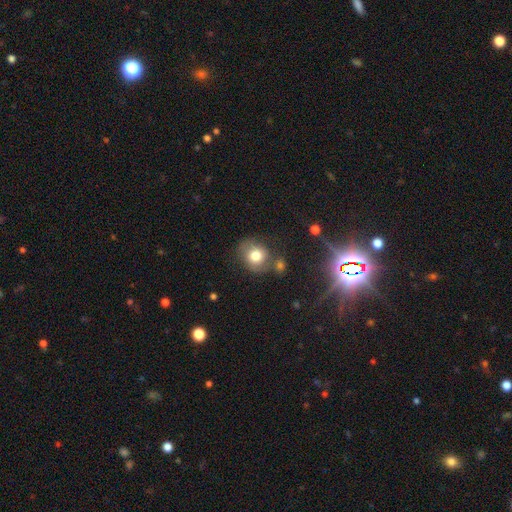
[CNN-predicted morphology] The model was most divided on "how rounded": round: 68%, in between: 31%, cigar-shaped: 1%. More confident: smooth or featured — smooth (74%); merging — none (63%).